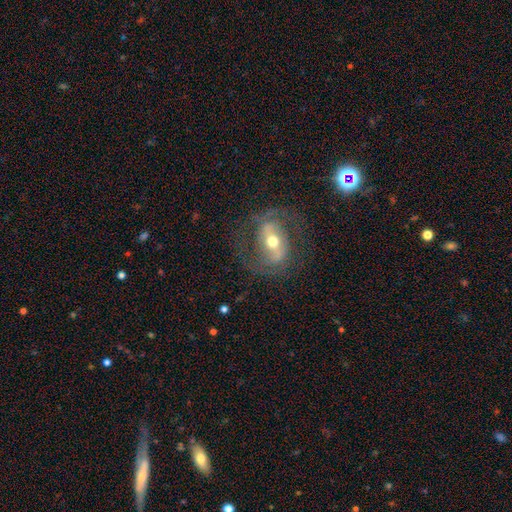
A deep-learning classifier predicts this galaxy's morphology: Smooth or featured? Predicted: featured or disk (p=0.75). Edge-on disk? Predicted: no (p=0.94). Bar? Predicted: strong (p=0.37). Spiral arms? Predicted: yes (p=0.82). Spiral winding? Predicted: medium (p=0.48). Spiral arm count? Predicted: 2 (p=0.84). Bulge size? Predicted: moderate (p=0.61). Merging? Predicted: none (p=0.74).